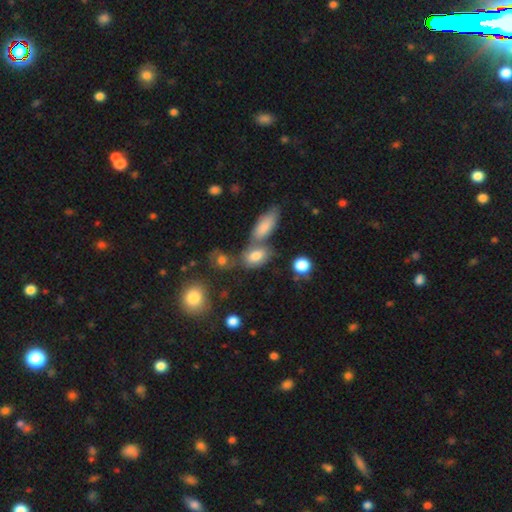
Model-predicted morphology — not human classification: The model was most divided on "merging" (2-way tie): none: 39%, merger: 39%, minor disturbance: 14%, major disturbance: 7%. More confident: how rounded — in between (84%); smooth or featured — smooth (76%).